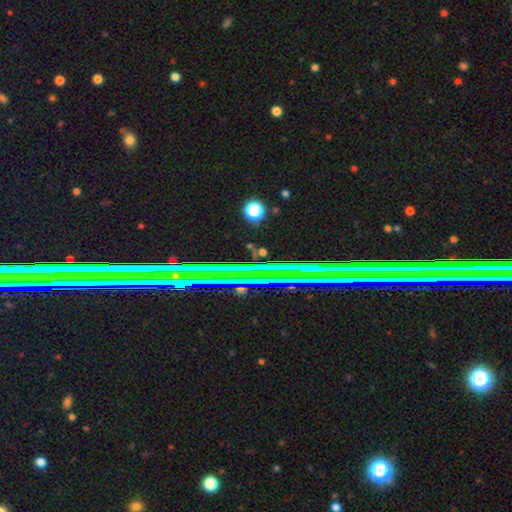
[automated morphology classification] star or artifact 57%, featured or disk 27%, smooth 16%.